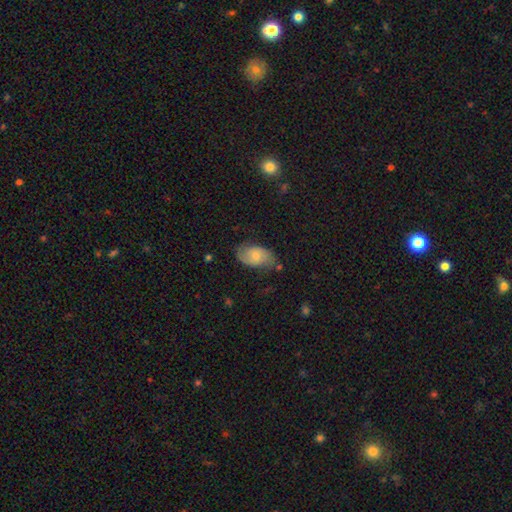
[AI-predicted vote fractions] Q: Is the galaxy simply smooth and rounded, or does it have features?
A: smooth — 54%.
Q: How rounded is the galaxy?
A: in between — 92%.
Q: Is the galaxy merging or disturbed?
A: none — 65%.